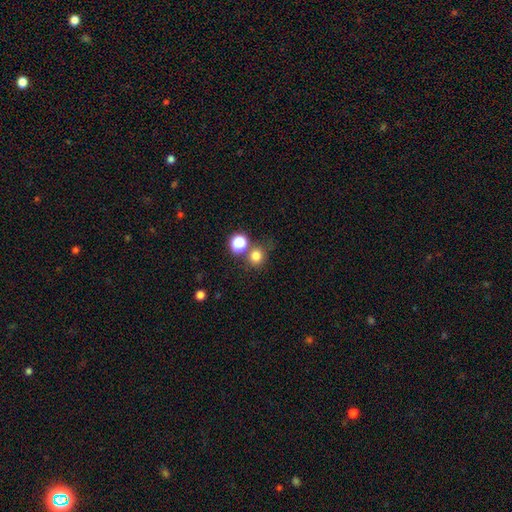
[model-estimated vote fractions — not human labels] This appears to be a smooth galaxy with no disk features (78%) that is round (85%). Merging: none (66%).